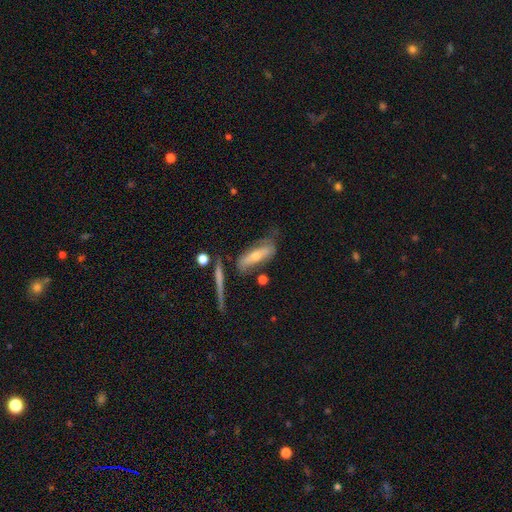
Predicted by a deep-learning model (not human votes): This appears to be a featured or disk galaxy (53%). Merging: none (46%).